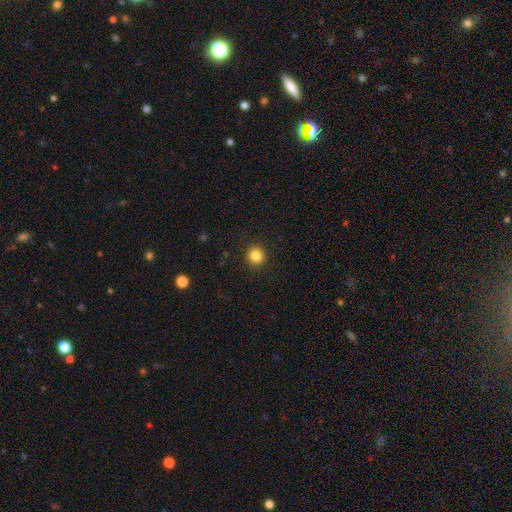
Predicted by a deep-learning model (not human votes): Smooth or featured? Predicted: smooth (p=0.84). How rounded? Predicted: round (p=0.92). Merging? Predicted: none (p=0.92).